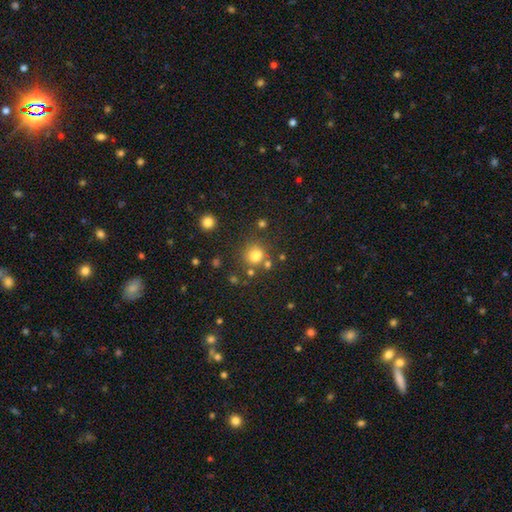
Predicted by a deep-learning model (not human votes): A smooth galaxy with no disk features (75%) that is round (75%). Merging: none (64%).